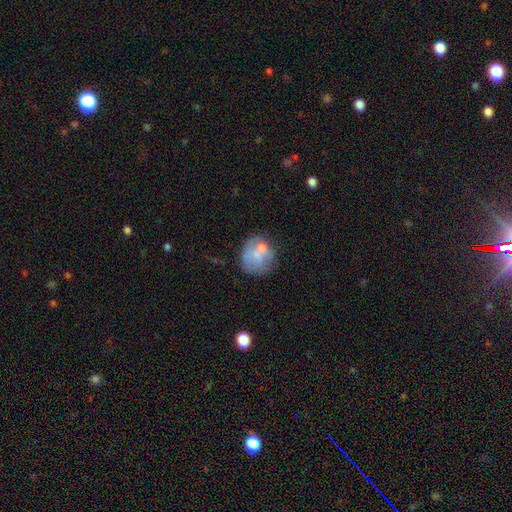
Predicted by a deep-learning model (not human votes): The model was most divided on "merging": none: 49%, minor disturbance: 21%, merger: 17%, major disturbance: 13%. More confident: how rounded — round (79%); smooth or featured — smooth (60%).